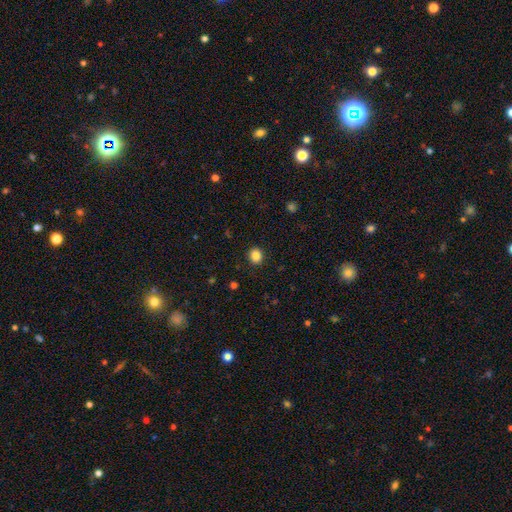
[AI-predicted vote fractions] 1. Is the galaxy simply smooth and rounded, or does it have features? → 86% smooth, 11% star or artifact, 4% featured or disk.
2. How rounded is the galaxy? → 76% round, 23% in between, 1% cigar-shaped.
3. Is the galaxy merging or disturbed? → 91% none, 6% minor disturbance, 2% major disturbance, 1% merger.